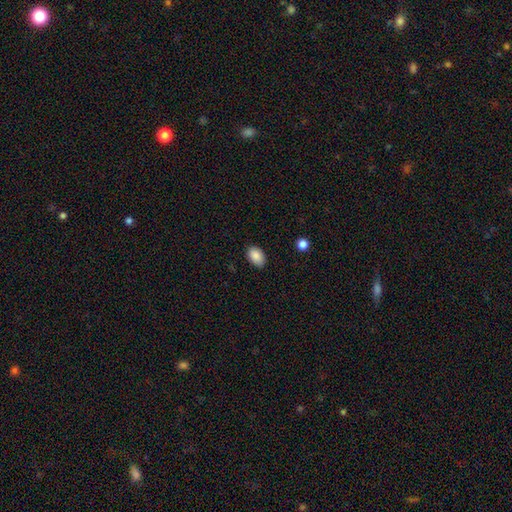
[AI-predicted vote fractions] Morphology: type=smooth (88%); roundness=in between (89%); merging=none (84%).